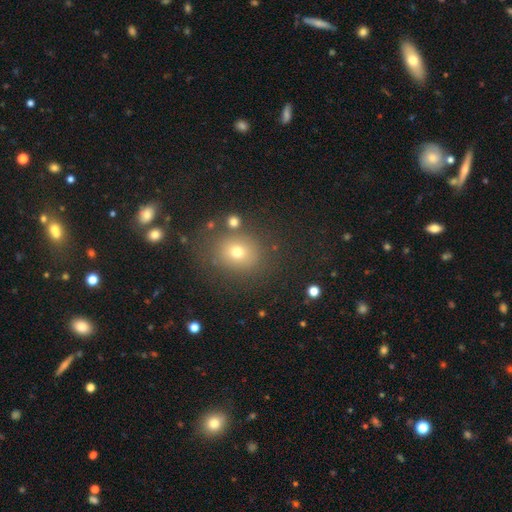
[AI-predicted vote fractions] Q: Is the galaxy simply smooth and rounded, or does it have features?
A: smooth — 57%.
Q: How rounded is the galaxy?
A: round — 66%.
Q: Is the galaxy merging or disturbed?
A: none — 83%.